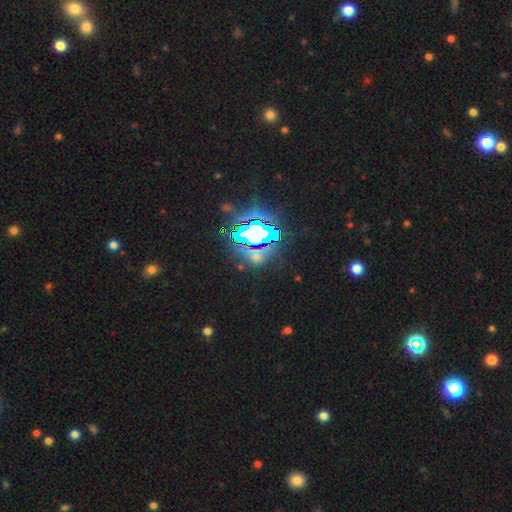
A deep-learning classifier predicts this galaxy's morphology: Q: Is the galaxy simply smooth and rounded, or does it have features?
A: star or artifact — 73%.